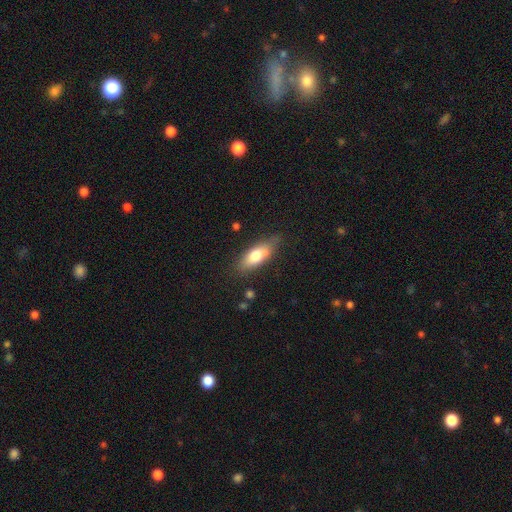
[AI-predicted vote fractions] Morphology: type=smooth (71%); roundness=in between (72%); merging=none (68%).